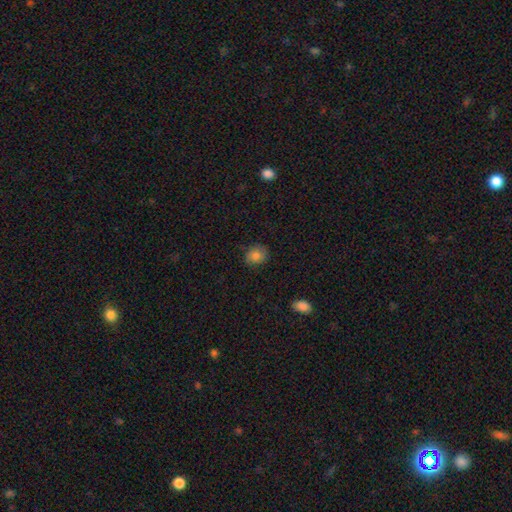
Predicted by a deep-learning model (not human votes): smooth 81%, star or artifact 10%, featured or disk 9%. Down the decision tree: how rounded — round (66%); merging — none (81%).